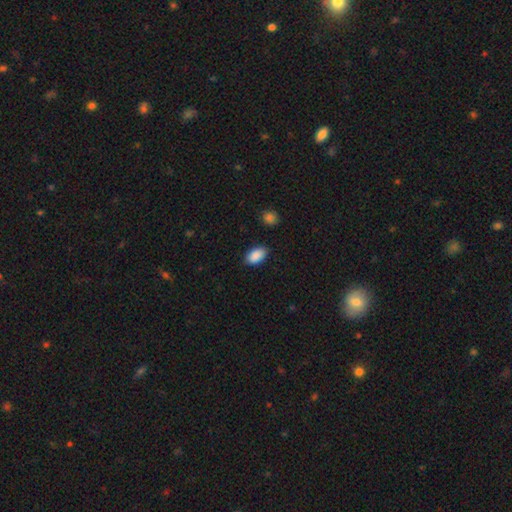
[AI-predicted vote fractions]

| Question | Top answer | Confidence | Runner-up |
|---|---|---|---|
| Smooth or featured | smooth | 90% | star or artifact (7%) |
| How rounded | in between | 93% | round (6%) |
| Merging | none | 85% | minor disturbance (11%) |